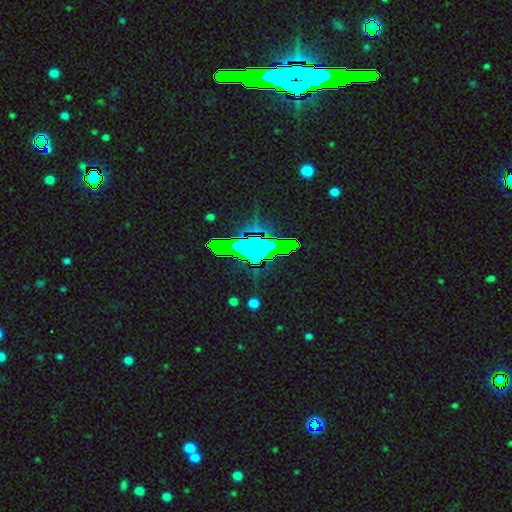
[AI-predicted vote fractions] This is likely a star or artifact rather than a galaxy (71%).